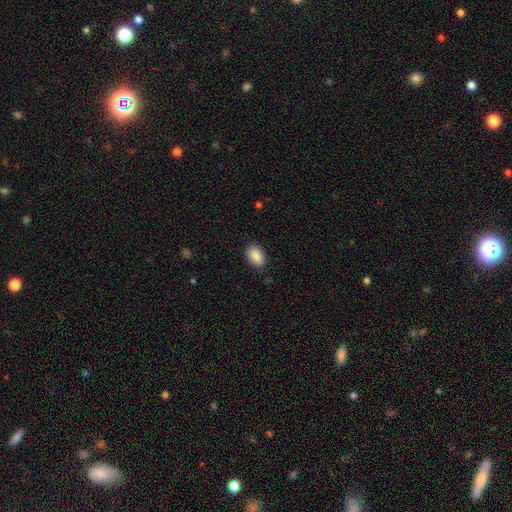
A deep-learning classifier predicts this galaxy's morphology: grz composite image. It shows a smooth galaxy with no disk features (90%) that is in between round and cigar-shaped (88%). Merging: none (87%).